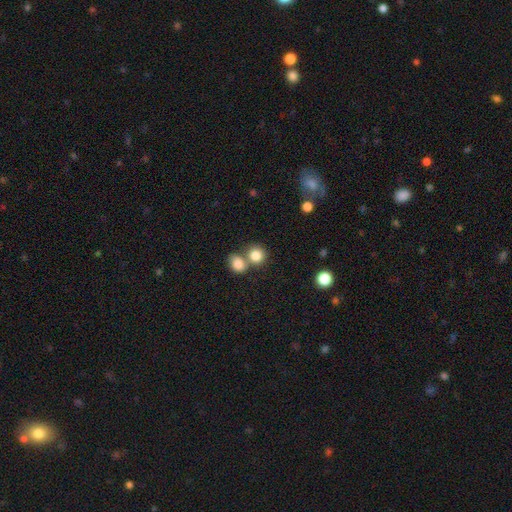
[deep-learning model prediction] A smooth galaxy with no disk features (84%) that is round (82%).

Vote fractions:
- Smooth or featured? smooth: 84% / star or artifact: 9% / featured or disk: 7%
- How rounded? round: 82% / in between: 17% / cigar-shaped: 1%
- Merging? none: 48% / merger: 41% / minor disturbance: 7% / major disturbance: 3%